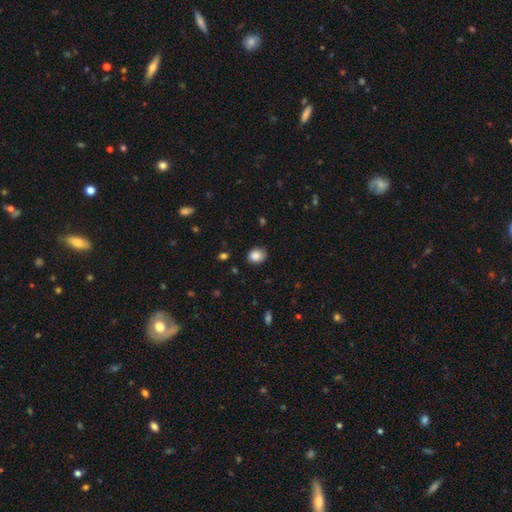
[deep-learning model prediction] Morphology: type=smooth (86%); roundness=round (54%); merging=none (77%).